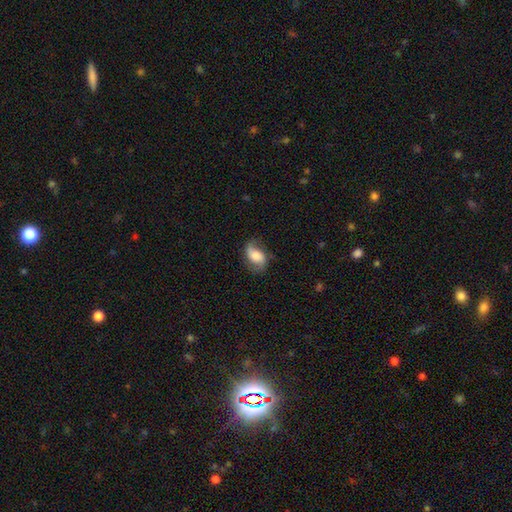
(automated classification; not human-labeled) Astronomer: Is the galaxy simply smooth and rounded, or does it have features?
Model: featured or disk — 56% (runner-up: smooth, 36%).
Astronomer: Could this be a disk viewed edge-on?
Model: no — 95%.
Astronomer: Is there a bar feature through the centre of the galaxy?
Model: no — 54% (runner-up: weak, 33%).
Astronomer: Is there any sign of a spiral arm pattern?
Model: yes — 89%.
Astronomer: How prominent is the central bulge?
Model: moderate — 47% (runner-up: large, 23%).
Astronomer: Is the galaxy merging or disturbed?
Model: none — 66%.